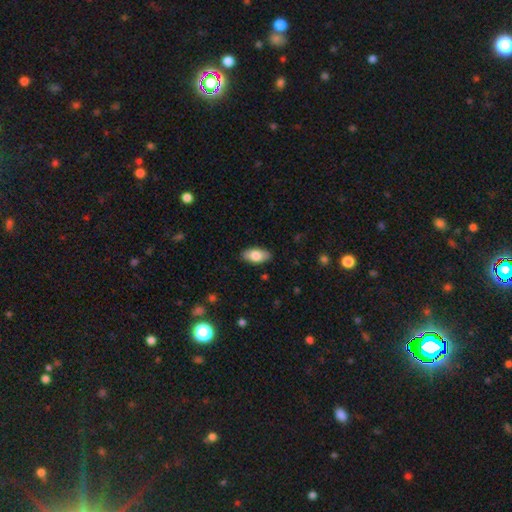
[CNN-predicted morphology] This is likely a smooth galaxy (79%). How rounded: clearly in between (93%). Merging: clearly none (88%).